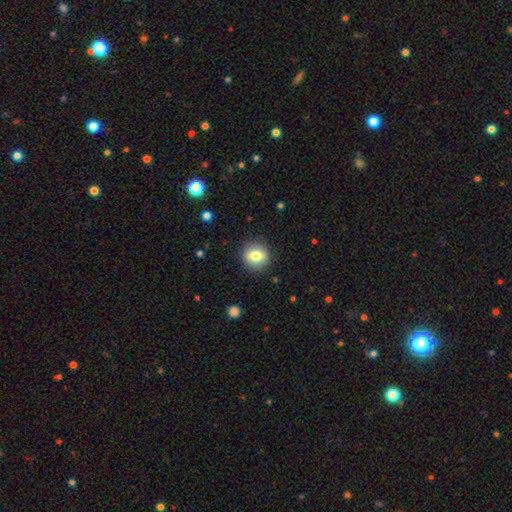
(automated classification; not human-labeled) A smooth galaxy with no disk features (76%) that is round (87%). Merging: none (89%).